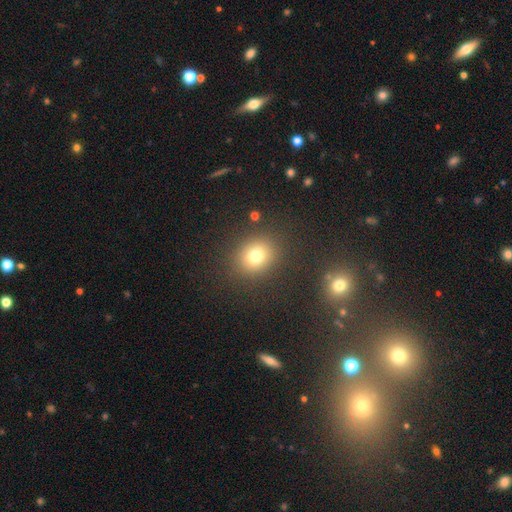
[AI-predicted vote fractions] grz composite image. It shows a smooth galaxy with no disk features (75%) that is round (72%). Merging: none (87%).